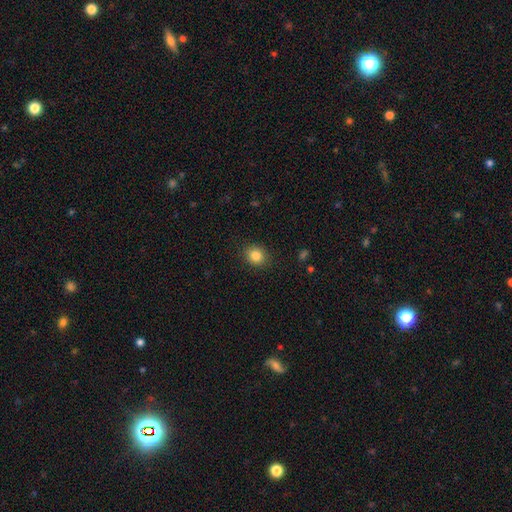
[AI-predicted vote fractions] smooth-or-featured: smooth: 85% | star or artifact: 10% | featured or disk: 5%
  how-rounded: round: 69% | in between: 30% | cigar-shaped: 1%
  merging: none: 88% | minor disturbance: 8% | major disturbance: 3% | merger: 1%